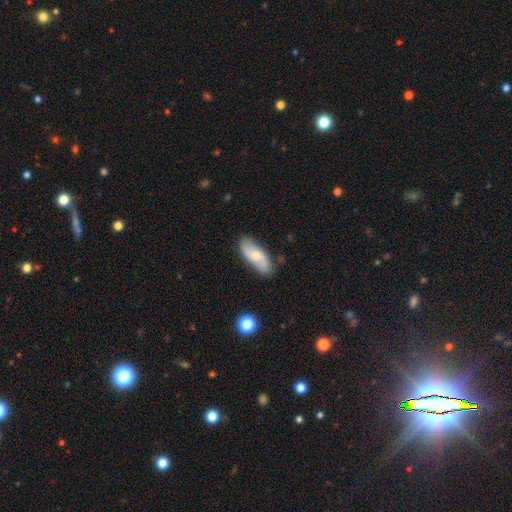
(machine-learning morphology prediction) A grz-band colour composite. It shows a smooth galaxy with no disk features (48%). Merging: none (78%).